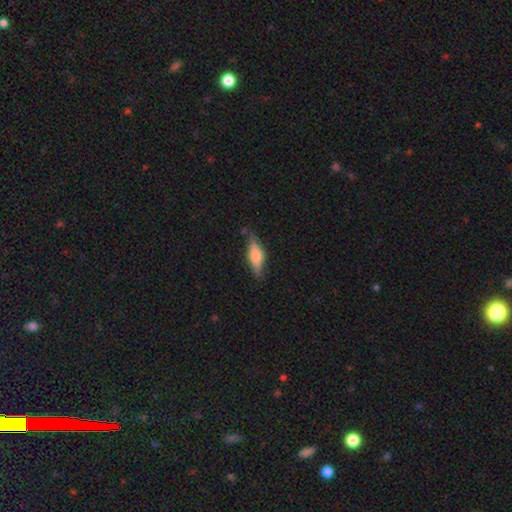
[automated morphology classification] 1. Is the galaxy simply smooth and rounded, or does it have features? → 51% smooth, 43% featured or disk, 7% star or artifact.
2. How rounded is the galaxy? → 49% in between, 48% cigar-shaped, 3% round.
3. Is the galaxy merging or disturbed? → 79% none, 16% minor disturbance, 3% major disturbance, 2% merger.